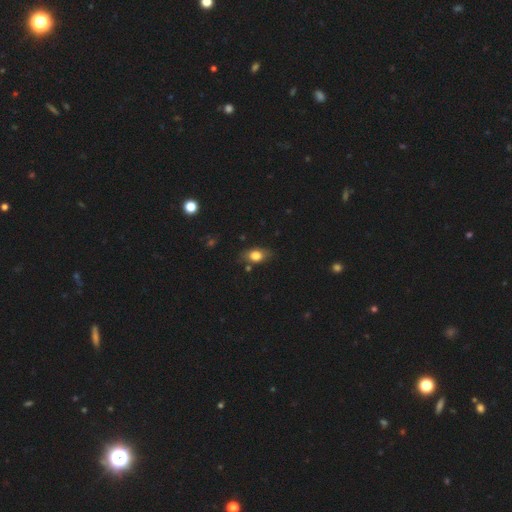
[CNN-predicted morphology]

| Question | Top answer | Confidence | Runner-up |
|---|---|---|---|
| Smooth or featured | smooth | 77% | featured or disk (14%) |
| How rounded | in between | 79% | round (17%) |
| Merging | none | 74% | minor disturbance (19%) |